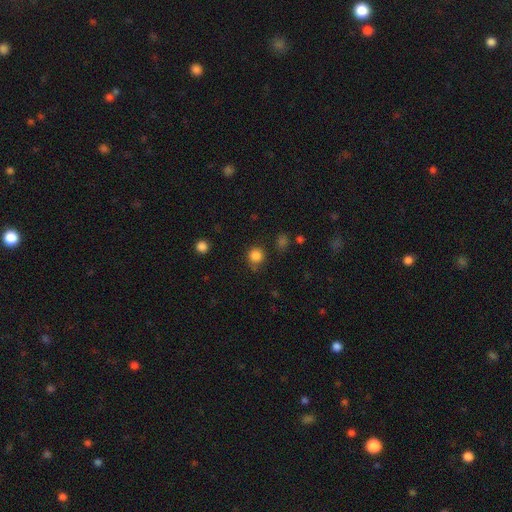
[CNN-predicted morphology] The model was most divided on "merging": none: 77%, minor disturbance: 15%, major disturbance: 4%, merger: 4%. More confident: how rounded — round (92%); smooth or featured — smooth (83%).